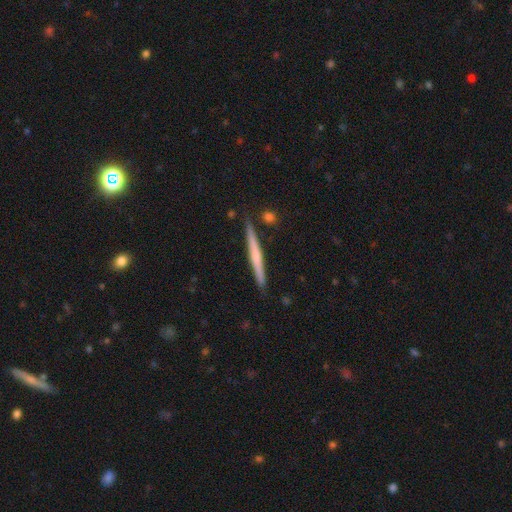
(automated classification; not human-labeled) A featured or disk galaxy (52%) viewed edge-on (98%) with no central bulge (61%). Merging: none (88%).